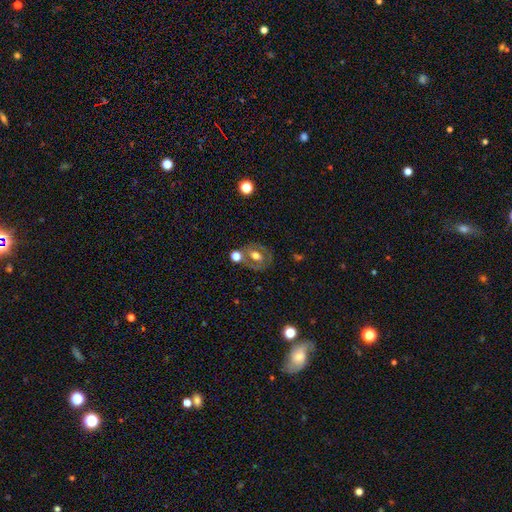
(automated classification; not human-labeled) Morphology: type=featured or disk (48%); merging=none (65%).